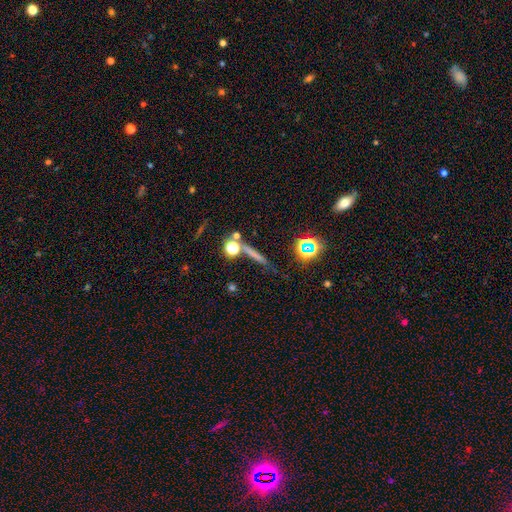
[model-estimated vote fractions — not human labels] The model was most divided on "smooth or featured": smooth: 47%, featured or disk: 29%, star or artifact: 24%. More confident: merging — none (73%).